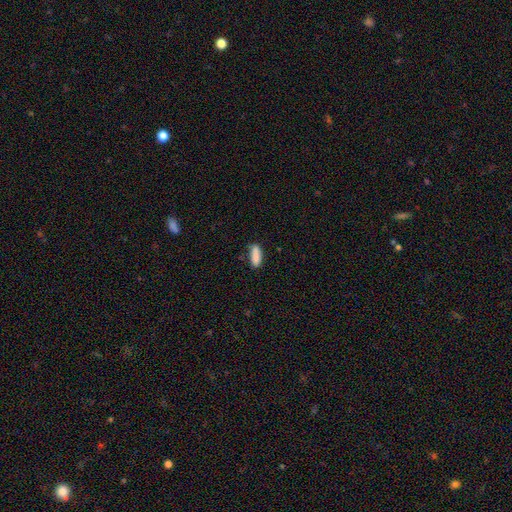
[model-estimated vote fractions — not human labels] The model was most divided on "how rounded": in between: 54%, cigar-shaped: 44%, round: 2%. More confident: smooth or featured — smooth (87%); merging — none (76%).